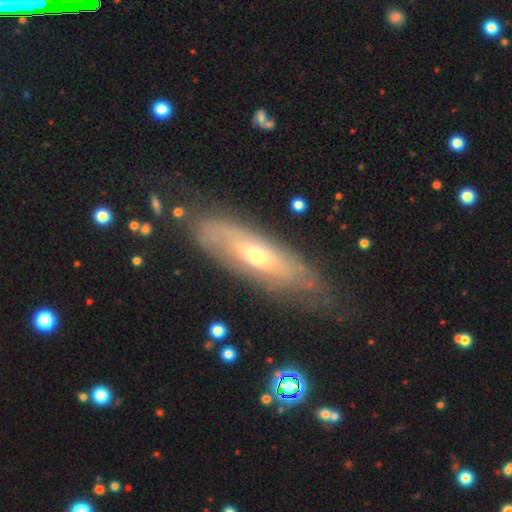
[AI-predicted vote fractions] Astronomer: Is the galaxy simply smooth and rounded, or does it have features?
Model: featured or disk — 64%.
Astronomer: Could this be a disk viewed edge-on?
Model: no — 68%.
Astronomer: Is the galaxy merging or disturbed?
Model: none — 69%.